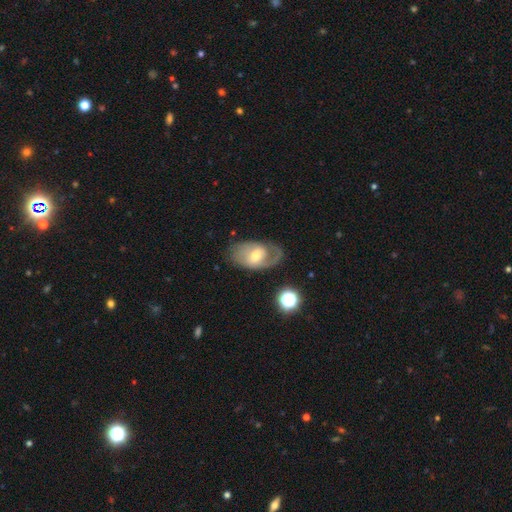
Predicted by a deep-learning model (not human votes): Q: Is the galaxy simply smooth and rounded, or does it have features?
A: featured or disk — 67%.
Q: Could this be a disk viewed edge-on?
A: no — 94%.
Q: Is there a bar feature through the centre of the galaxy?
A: weak — 49%.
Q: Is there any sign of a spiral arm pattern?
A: yes — 81%.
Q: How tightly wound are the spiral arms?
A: medium — 43%.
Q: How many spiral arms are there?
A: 2 — 48%.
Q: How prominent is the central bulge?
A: moderate — 57%.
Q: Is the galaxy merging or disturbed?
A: none — 61%.